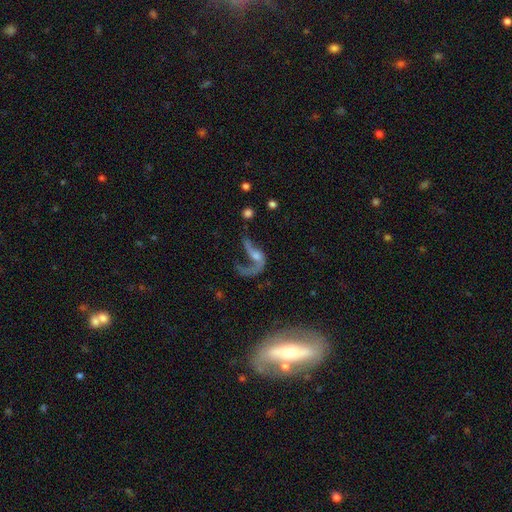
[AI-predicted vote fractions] This is likely a featured or disk galaxy (74%). It is clearly not viewed edge-on (93%). Bar: possibly no (59%). Spiral arm pattern: clearly yes (81%). Spiral arm count: possibly 2 (49%). Spiral winding: clearly loose (84%). Central bulge: marginally small (43%). Merging: possibly major disturbance (45%).